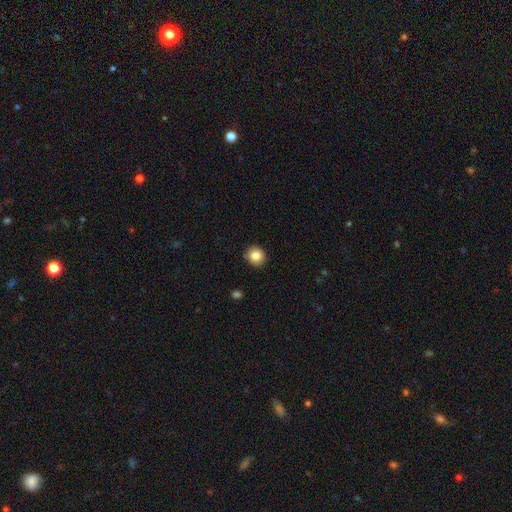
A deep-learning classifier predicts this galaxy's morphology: smooth_or_featured: smooth (p=0.84) [alt: star or artifact p=0.10]
how_rounded: round (p=0.88) [alt: in between p=0.11]
merging: none (p=0.89) [alt: minor disturbance p=0.08]